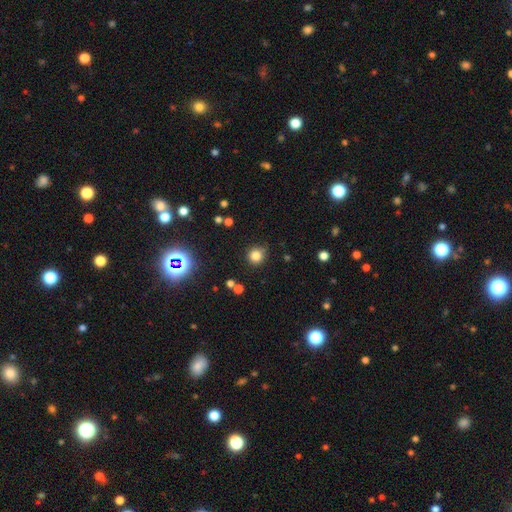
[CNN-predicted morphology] The model was most divided on "smooth or featured": smooth: 80%, star or artifact: 15%, featured or disk: 6%. More confident: how rounded — round (91%); merging — none (82%).